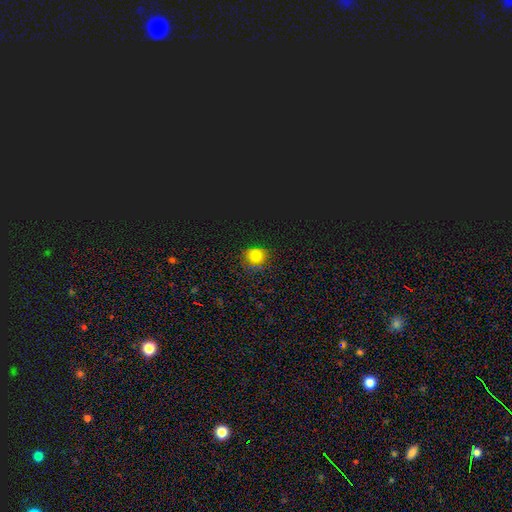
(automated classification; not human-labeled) smooth_or_featured: smooth (p=0.71) [alt: star or artifact p=0.22]
how_rounded: round (p=0.85) [alt: in between p=0.14]
merging: none (p=0.79) [alt: minor disturbance p=0.15]